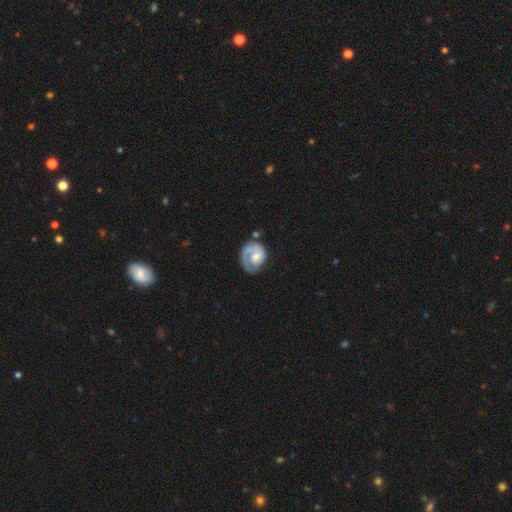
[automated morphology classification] Smooth or featured? featured or disk (72%)
Edge-on disk? no (98%)
Bar? no (67%)
Spiral arms? yes (90%)
Spiral winding? tight (56%)
Spiral arm count? 1 (78%)
Bulge size? moderate (49%)
Merging? none (56%)